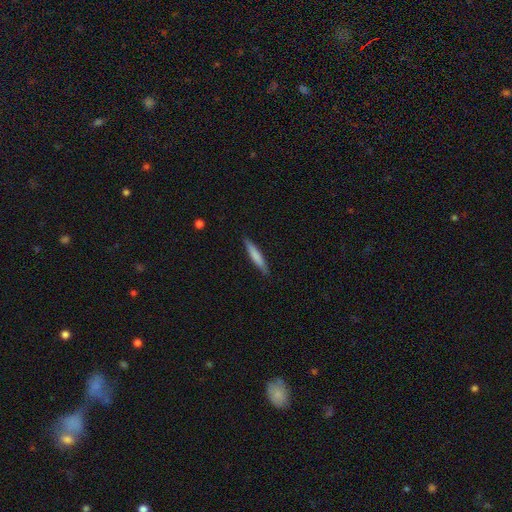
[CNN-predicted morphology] smooth 74%, featured or disk 20%, star or artifact 5%. Down the decision tree: how rounded — cigar-shaped (92%); merging — none (89%).